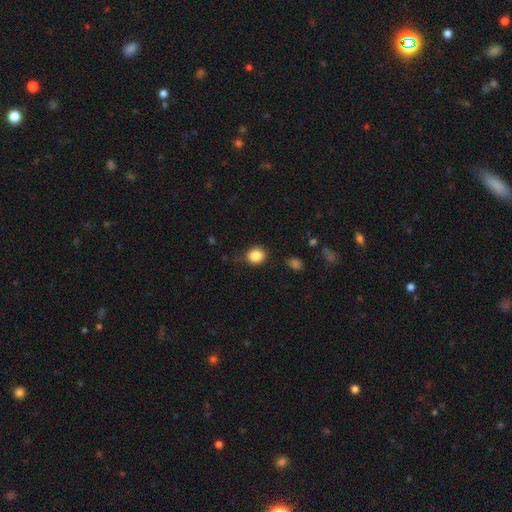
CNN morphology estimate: type=smooth (85%); roundness=round (71%); merging=none (77%).